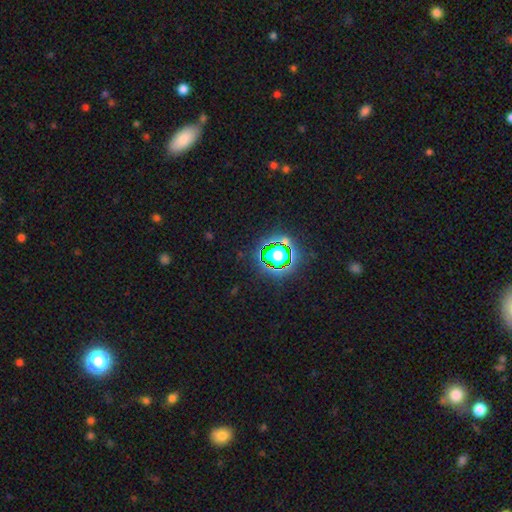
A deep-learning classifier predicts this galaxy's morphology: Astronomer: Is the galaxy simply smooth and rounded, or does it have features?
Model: star or artifact — 75%.